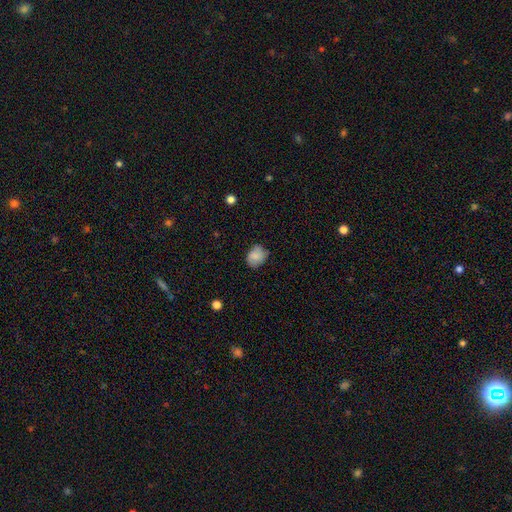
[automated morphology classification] Smooth or featured? Predicted: smooth (p=0.80). How rounded? Predicted: round (p=0.51). Merging? Predicted: none (p=0.70).